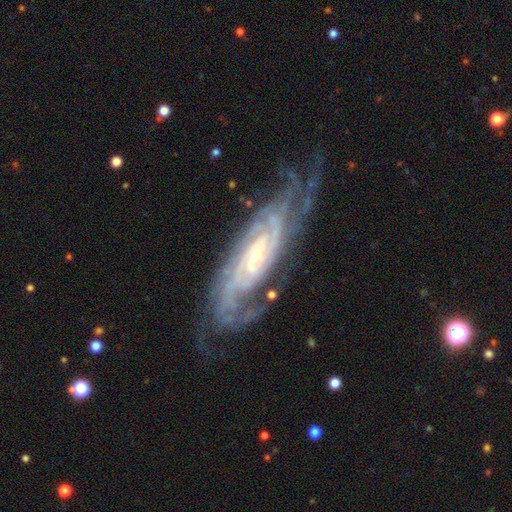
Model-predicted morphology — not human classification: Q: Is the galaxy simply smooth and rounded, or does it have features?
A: featured or disk — 90%.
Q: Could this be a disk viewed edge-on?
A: no — 89%.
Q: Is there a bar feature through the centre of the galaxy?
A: no — 52%.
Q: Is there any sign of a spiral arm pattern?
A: yes — 98%.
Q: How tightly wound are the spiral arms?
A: tight — 68%.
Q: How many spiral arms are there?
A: can't tell — 27%.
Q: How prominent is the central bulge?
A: small — 76%.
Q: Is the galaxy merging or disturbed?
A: none — 70%.